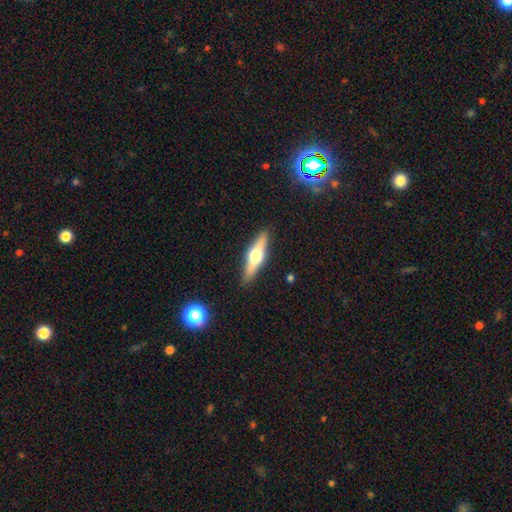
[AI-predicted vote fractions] This appears to be a featured or disk galaxy (58%) viewed edge-on (94%) with a rounded central bulge (95%). Merging: none (89%).